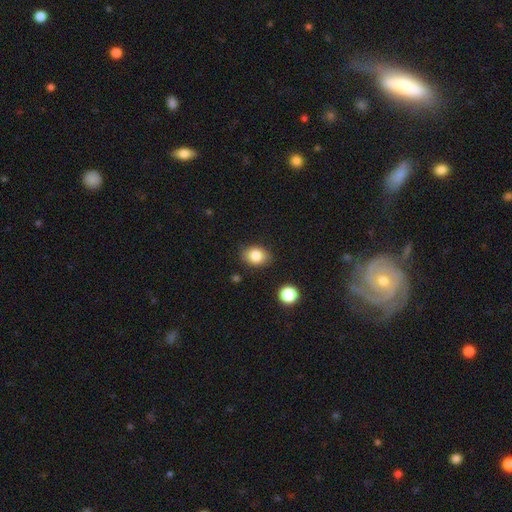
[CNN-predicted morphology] smooth_or_featured: smooth (p=0.83) [alt: star or artifact p=0.09]
how_rounded: in between (p=0.65) [alt: round p=0.34]
merging: none (p=0.83) [alt: minor disturbance p=0.12]